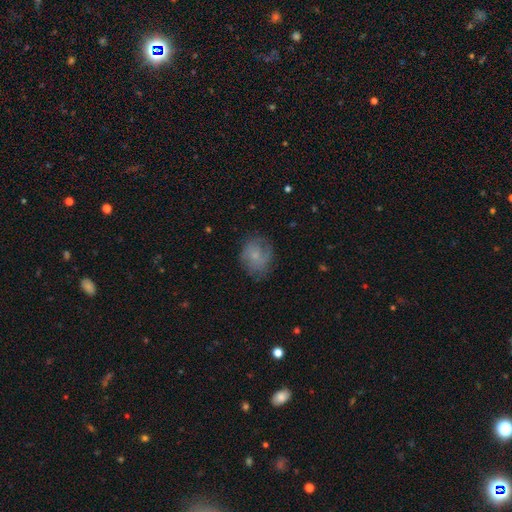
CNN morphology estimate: This appears to be a smooth galaxy with no disk features (51%) that is round (59%). Merging: none (66%).